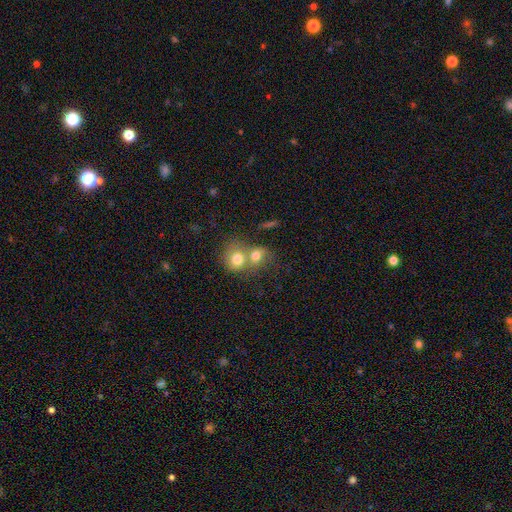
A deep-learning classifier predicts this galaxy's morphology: The model was most divided on "how rounded": round: 67%, in between: 32%, cigar-shaped: 1%. More confident: smooth or featured — smooth (73%); merging — merger (65%).